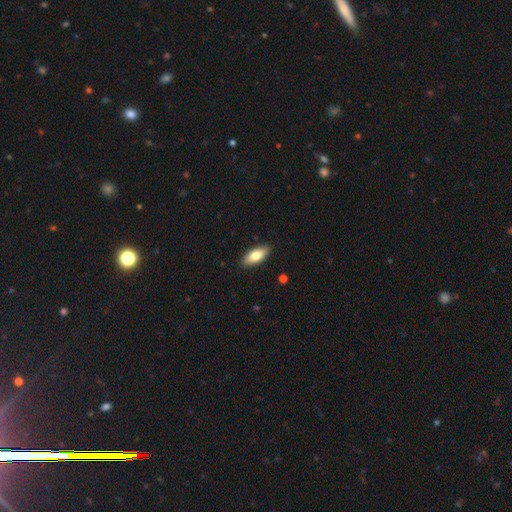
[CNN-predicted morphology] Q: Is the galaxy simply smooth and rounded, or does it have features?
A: smooth — 75%.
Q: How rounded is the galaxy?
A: in between — 81%.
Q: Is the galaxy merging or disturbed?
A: none — 90%.